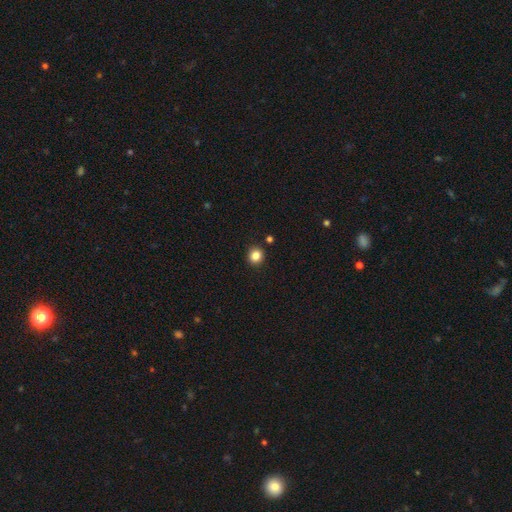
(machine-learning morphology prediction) The model was most divided on "smooth or featured": smooth: 84%, star or artifact: 12%, featured or disk: 4%. More confident: merging — none (90%); how rounded — round (89%).